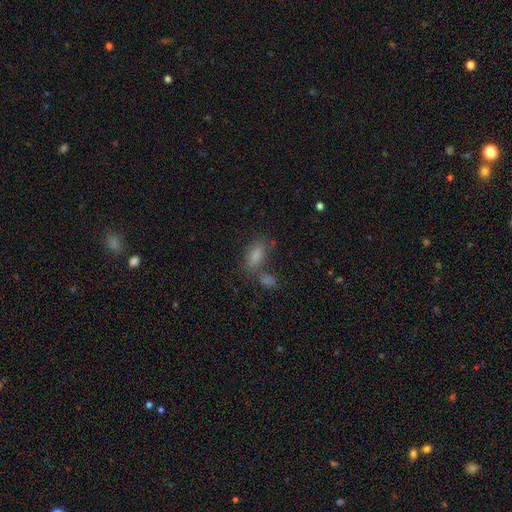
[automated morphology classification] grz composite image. It shows a smooth galaxy with no disk features (73%) that is in between round and cigar-shaped (83%). Merging: none (55%).